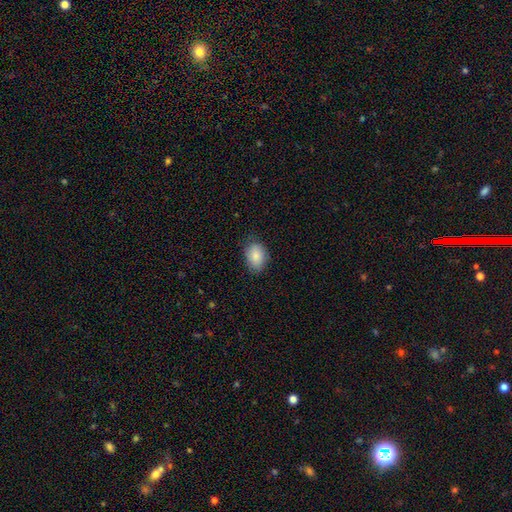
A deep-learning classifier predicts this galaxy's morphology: Smooth or featured? Predicted: smooth (p=0.87). How rounded? Predicted: in between (p=0.79). Merging? Predicted: none (p=0.77).